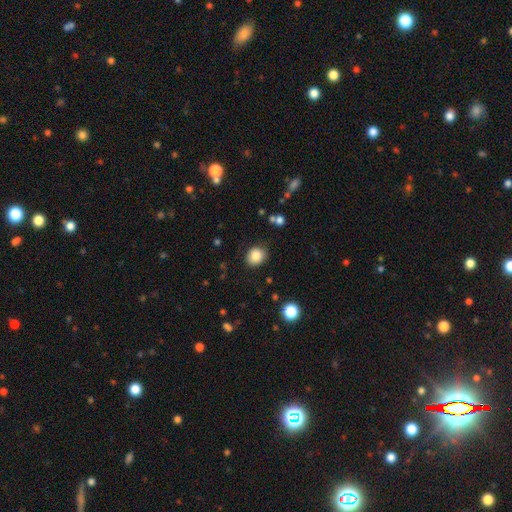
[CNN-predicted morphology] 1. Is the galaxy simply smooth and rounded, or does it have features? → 85% smooth, 10% star or artifact, 5% featured or disk.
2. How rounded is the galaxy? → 70% round, 29% in between, 1% cigar-shaped.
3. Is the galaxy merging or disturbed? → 85% none, 11% minor disturbance, 3% major disturbance, 2% merger.